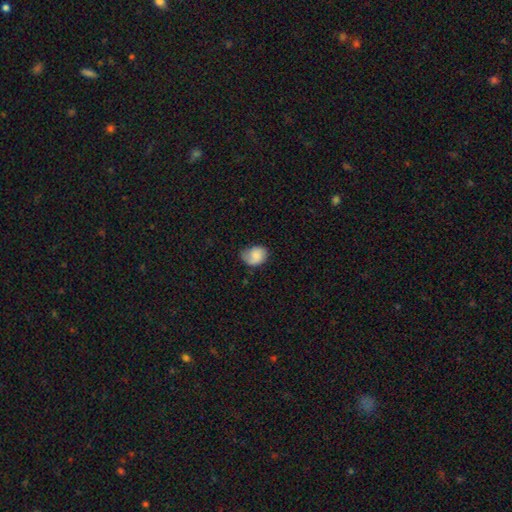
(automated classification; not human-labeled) Smooth or featured? smooth (75%)
How rounded? in between (56%)
Merging? none (48%)